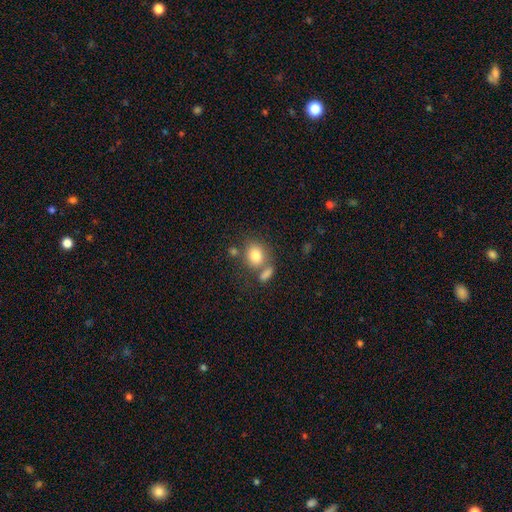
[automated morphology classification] Overall: smooth (80%). How rounded: round (59%; in between 39%). Merging: none (55%; merger 26%).